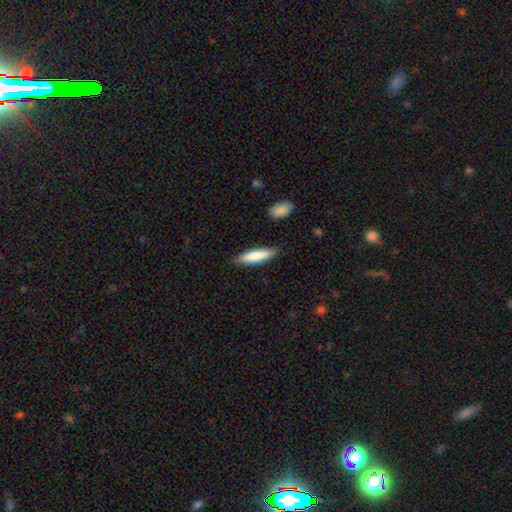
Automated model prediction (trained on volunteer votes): The model was most divided on "how rounded": cigar-shaped: 75%, in between: 24%, round: 1%. More confident: merging — none (85%); smooth or featured — smooth (79%).